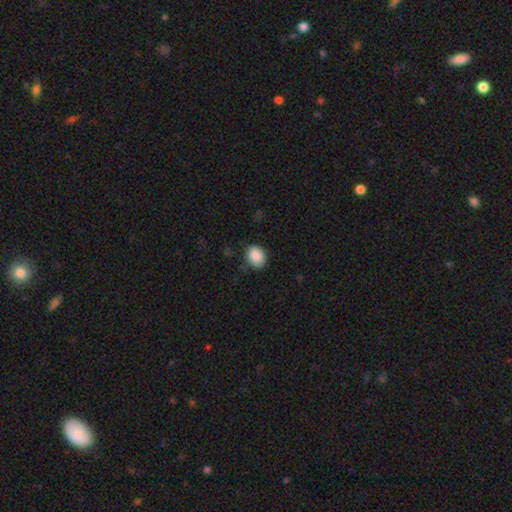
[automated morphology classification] Smooth or featured?
  - smooth: 89% *
  - star or artifact: 8%
  - featured or disk: 4%
How rounded?
  - in between: 58% *
  - round: 41%
  - cigar-shaped: 1%
Merging?
  - none: 78% *
  - minor disturbance: 17%
  - major disturbance: 4%
  - merger: 1%